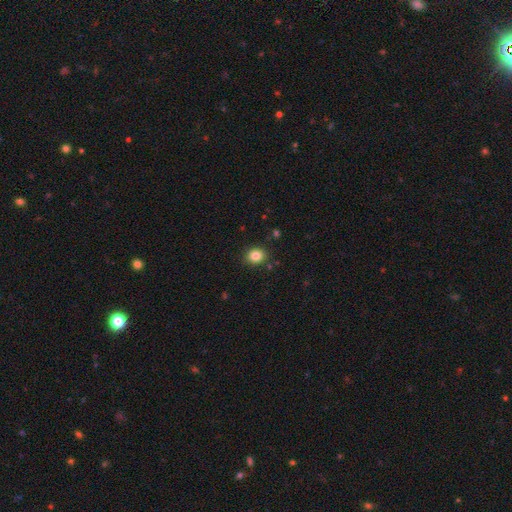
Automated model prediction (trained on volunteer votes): A smooth galaxy with no disk features (83%) that is round (66%).

Vote fractions:
- Smooth or featured? smooth: 83% / star or artifact: 11% / featured or disk: 6%
- How rounded? round: 66% / in between: 33% / cigar-shaped: 1%
- Merging? none: 88% / minor disturbance: 8% / major disturbance: 2% / merger: 2%